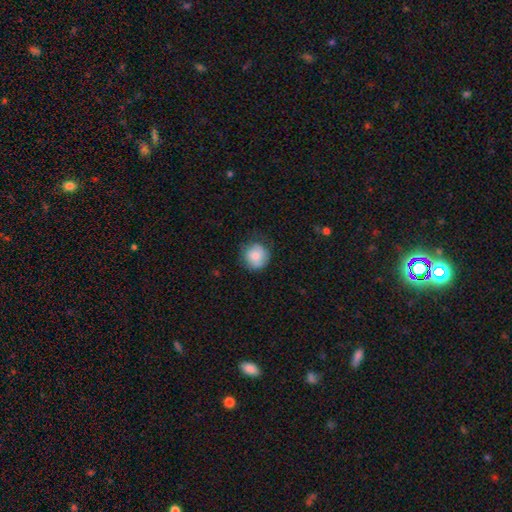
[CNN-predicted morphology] This appears to be a smooth galaxy with no disk features (78%) that is round (90%). Merging: none (72%).